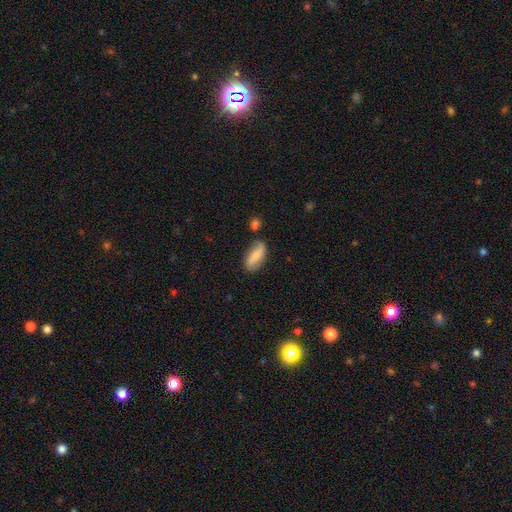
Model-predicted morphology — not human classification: This is likely a smooth galaxy (61%). How rounded: likely in between (79%). Merging: likely none (72%).